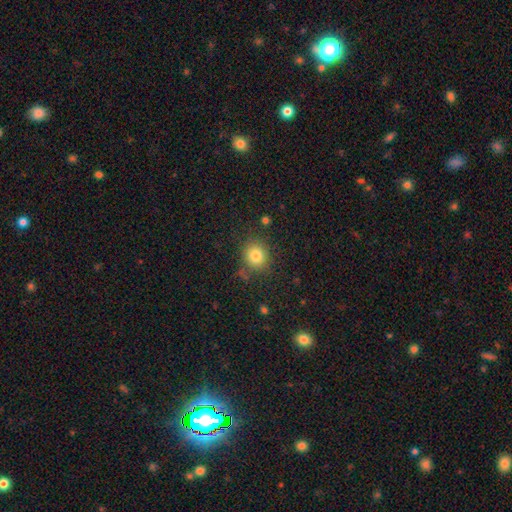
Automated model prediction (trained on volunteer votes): smooth-or-featured: smooth: 82% | star or artifact: 12% | featured or disk: 7%
  how-rounded: round: 84% | in between: 15% | cigar-shaped: 1%
  merging: none: 81% | minor disturbance: 11% | major disturbance: 4% | merger: 3%